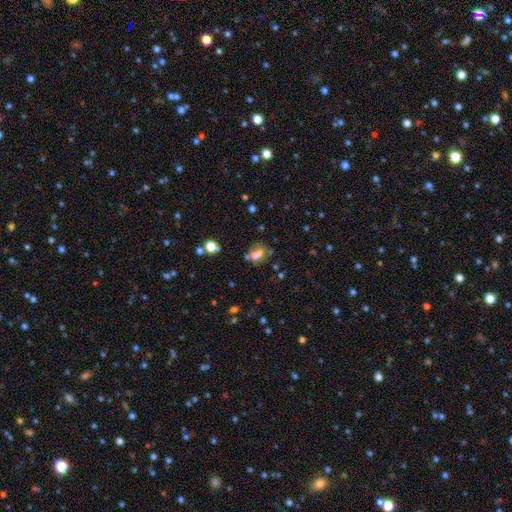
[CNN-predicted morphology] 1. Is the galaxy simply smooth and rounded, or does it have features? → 56% smooth, 24% featured or disk, 20% star or artifact.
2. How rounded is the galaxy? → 53% in between, 45% round, 2% cigar-shaped.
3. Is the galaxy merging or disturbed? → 41% none, 27% merger, 19% minor disturbance, 14% major disturbance.